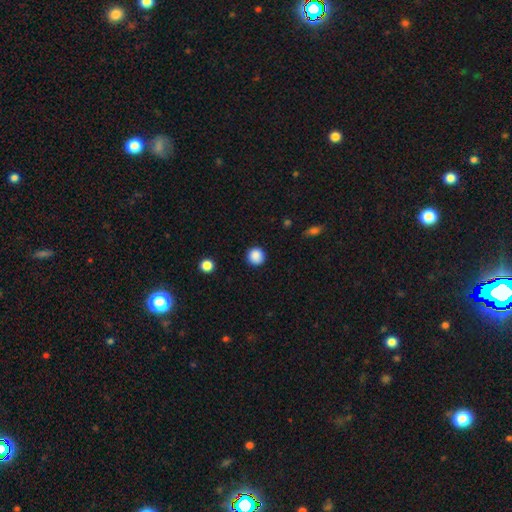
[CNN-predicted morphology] Smooth or featured?
  - smooth: 87% *
  - star or artifact: 10%
  - featured or disk: 3%
How rounded?
  - round: 94% *
  - in between: 5%
  - cigar-shaped: 1%
Merging?
  - none: 90% *
  - minor disturbance: 7%
  - major disturbance: 2%
  - merger: 1%